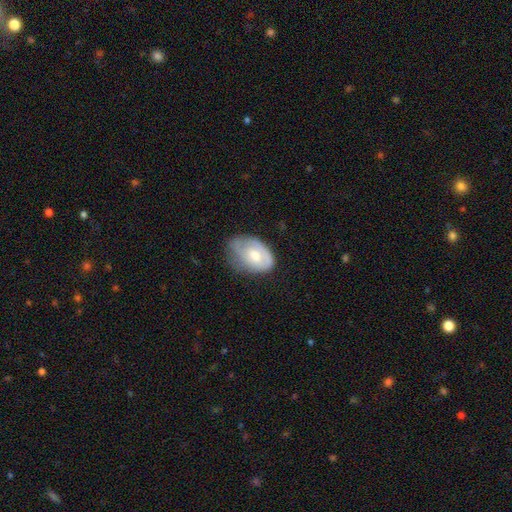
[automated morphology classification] This is possibly a smooth galaxy (56%). How rounded: clearly in between (86%). Merging: marginally minor disturbance (41%).